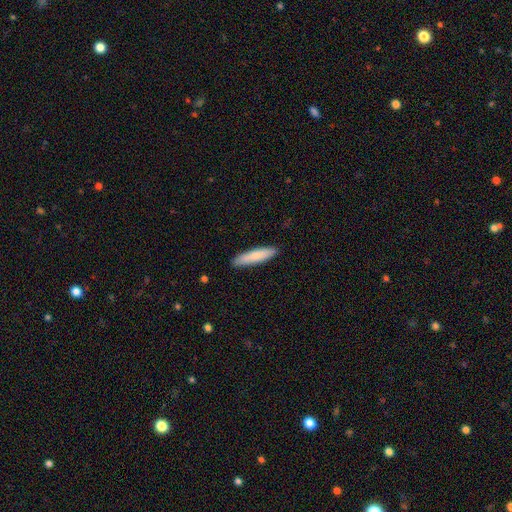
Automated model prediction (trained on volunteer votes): The model was most divided on "how rounded": cigar-shaped: 82%, in between: 16%, round: 1%. More confident: merging — none (89%); smooth or featured — smooth (81%).